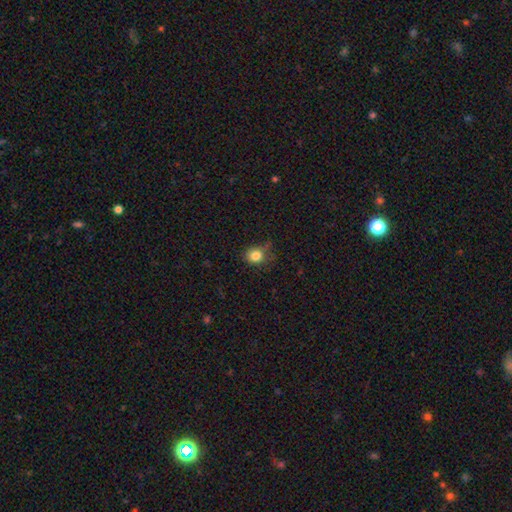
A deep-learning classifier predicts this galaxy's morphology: smooth_or_featured: smooth (p=0.82) [alt: star or artifact p=0.12]
how_rounded: round (p=0.74) [alt: in between p=0.25]
merging: none (p=0.62) [alt: minor disturbance p=0.27]